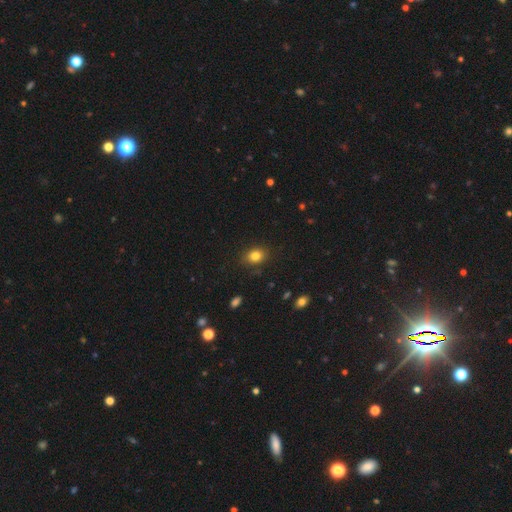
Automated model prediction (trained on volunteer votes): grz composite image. It shows a smooth galaxy with no disk features (82%) that is in between round and cigar-shaped (59%). Merging: none (86%).